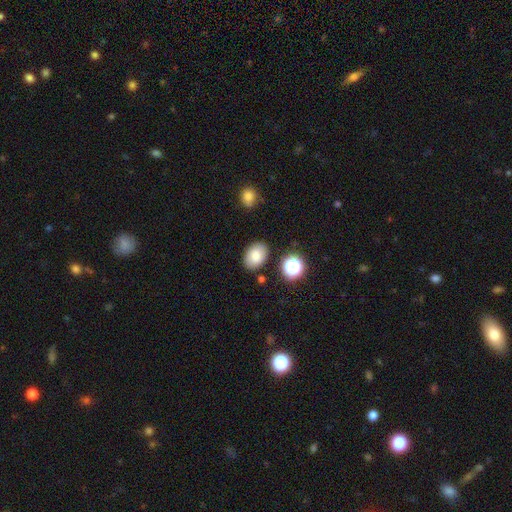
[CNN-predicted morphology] A smooth galaxy with no disk features (80%) that is in between round and cigar-shaped (82%). Merging: none (84%).